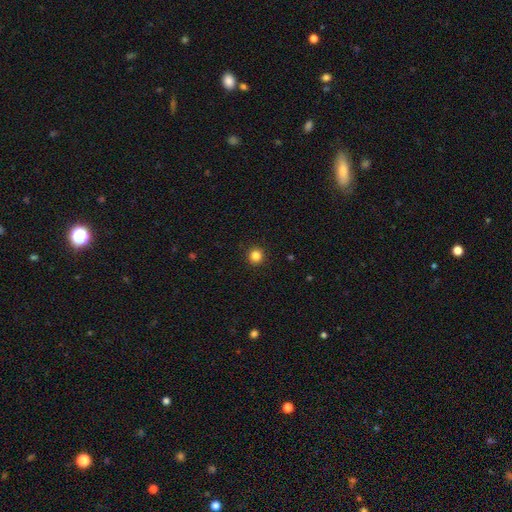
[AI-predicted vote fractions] Smooth or featured? Predicted: smooth (p=0.85). How rounded? Predicted: round (p=0.95). Merging? Predicted: none (p=0.93).